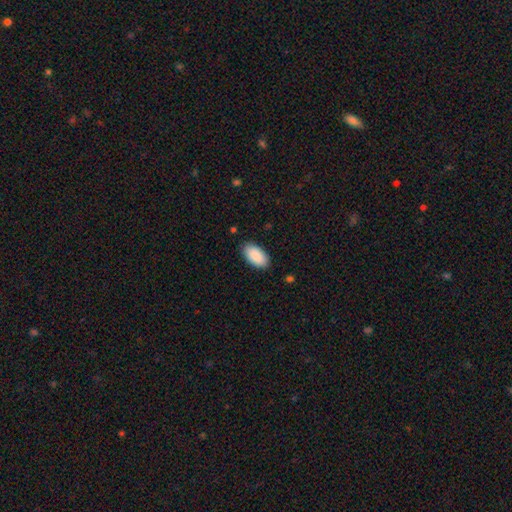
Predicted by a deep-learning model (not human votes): Smooth or featured?
  - smooth: 91% *
  - star or artifact: 6%
  - featured or disk: 4%
How rounded?
  - in between: 96% *
  - round: 2%
  - cigar-shaped: 2%
Merging?
  - none: 87% *
  - minor disturbance: 10%
  - major disturbance: 2%
  - merger: 1%